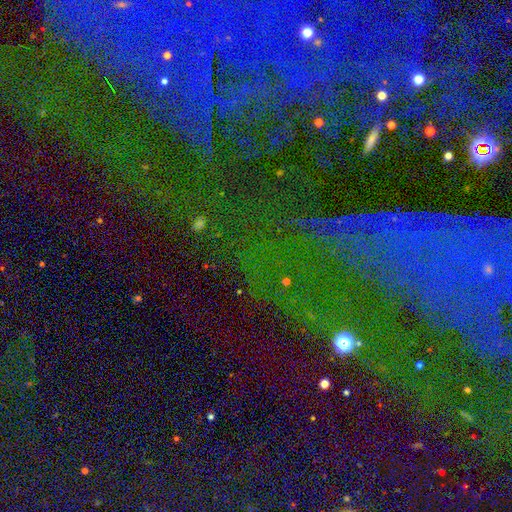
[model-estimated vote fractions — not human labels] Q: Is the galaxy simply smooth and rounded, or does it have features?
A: star or artifact — 81%.